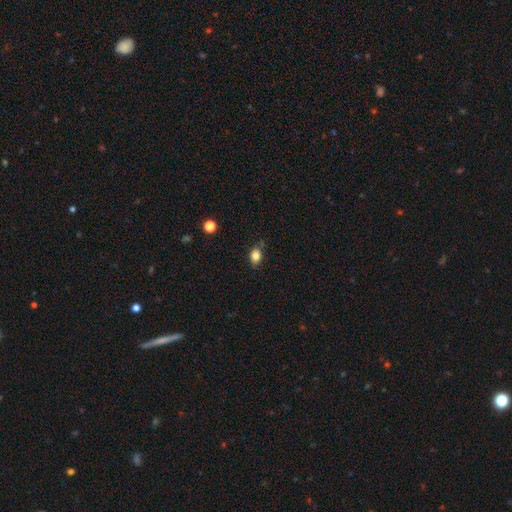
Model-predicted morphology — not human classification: Overall: smooth (82%). How rounded: in between (74%). Merging: none (78%).